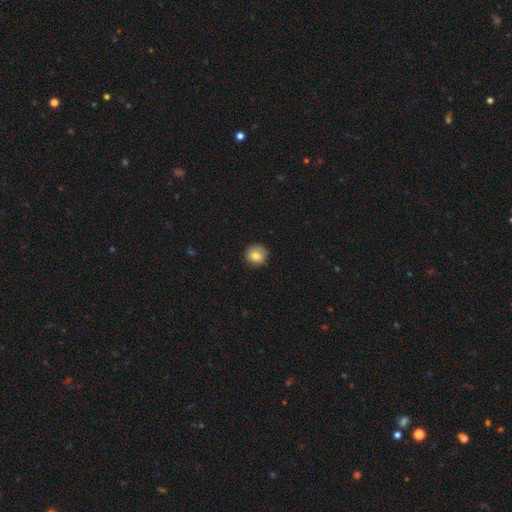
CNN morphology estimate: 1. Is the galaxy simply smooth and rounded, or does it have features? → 81% smooth, 11% featured or disk, 9% star or artifact.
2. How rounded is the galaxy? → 88% round, 11% in between, 1% cigar-shaped.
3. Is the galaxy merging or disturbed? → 84% none, 13% minor disturbance, 3% major disturbance, 1% merger.